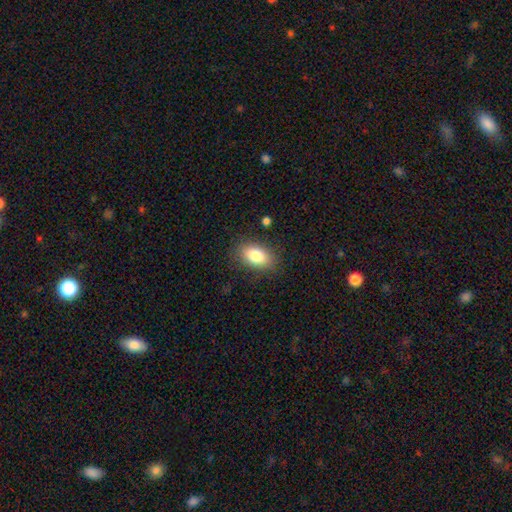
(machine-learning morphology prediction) Smooth or featured: smooth — 83% (featured or disk — 9%)
How rounded: in between — 88% (round — 10%)
Merging: none — 84% (minor disturbance — 11%)